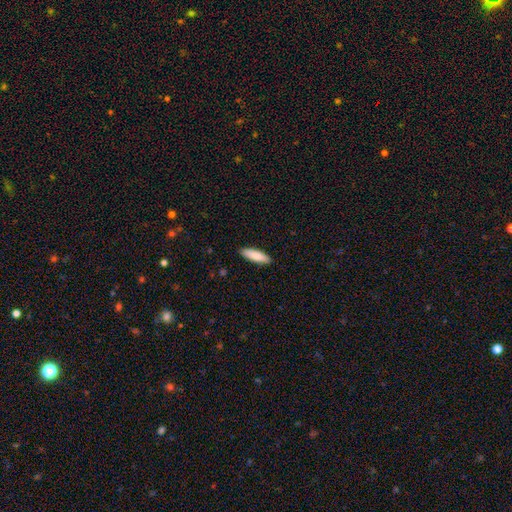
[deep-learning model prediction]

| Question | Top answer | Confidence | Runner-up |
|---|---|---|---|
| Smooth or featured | smooth | 83% | featured or disk (11%) |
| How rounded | cigar-shaped | 56% | in between (42%) |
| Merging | none | 89% | minor disturbance (8%) |